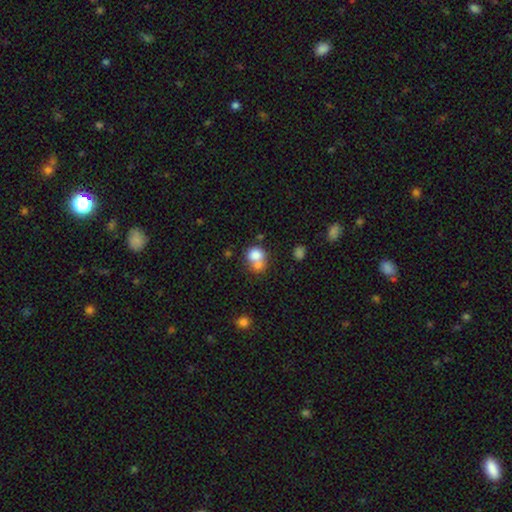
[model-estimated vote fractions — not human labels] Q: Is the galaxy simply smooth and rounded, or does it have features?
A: smooth — 77%.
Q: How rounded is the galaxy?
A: round — 71%.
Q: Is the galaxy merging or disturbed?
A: merger — 52%.